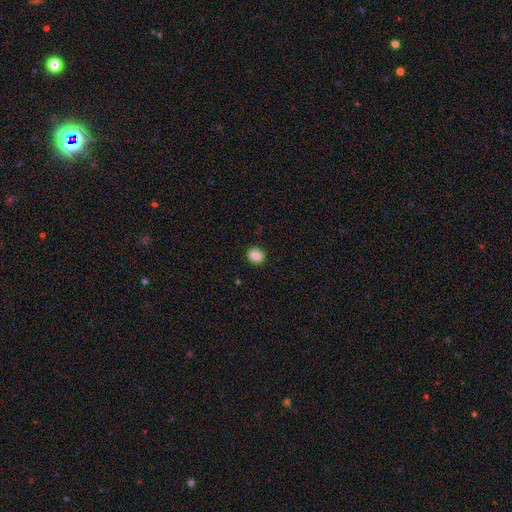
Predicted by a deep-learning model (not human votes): The model was most divided on "how rounded": round: 81%, in between: 18%, cigar-shaped: 1%. More confident: merging — none (92%); smooth or featured — smooth (84%).